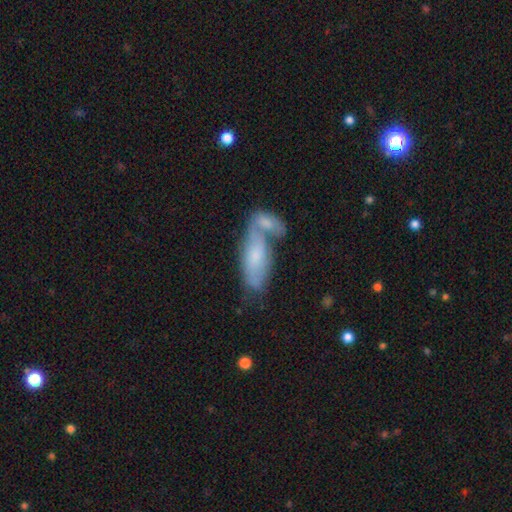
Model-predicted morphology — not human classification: Smooth or featured: smooth — 63% (featured or disk — 30%)
How rounded: in between — 78% (cigar-shaped — 19%)
Merging: merger — 53% (none — 28%)